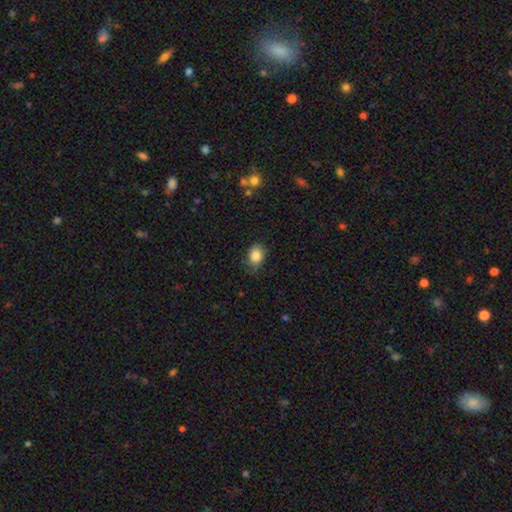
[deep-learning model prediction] Smooth or featured? Predicted: smooth (p=0.85). How rounded? Predicted: in between (p=0.59). Merging? Predicted: none (p=0.69).